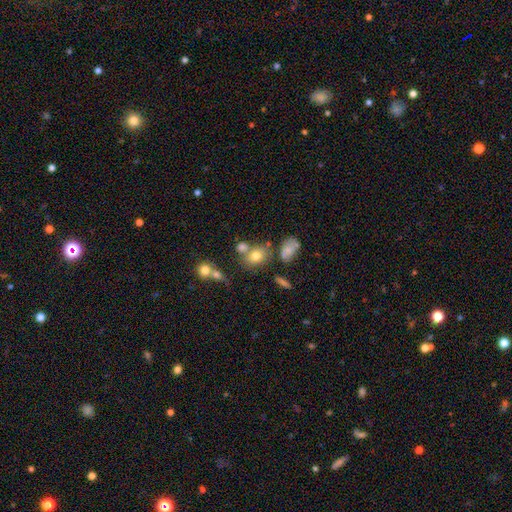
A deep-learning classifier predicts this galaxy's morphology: A smooth galaxy with no disk features (74%) that is round (52%).

Vote fractions:
- Smooth or featured? smooth: 74% / featured or disk: 14% / star or artifact: 13%
- How rounded? round: 52% / in between: 46% / cigar-shaped: 2%
- Merging? none: 56% / merger: 25% / minor disturbance: 14% / major disturbance: 6%